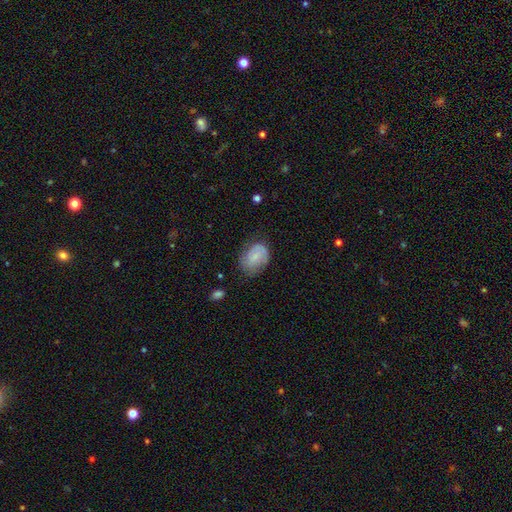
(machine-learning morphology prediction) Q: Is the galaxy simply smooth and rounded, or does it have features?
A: smooth — 52%.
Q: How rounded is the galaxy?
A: in between — 70%.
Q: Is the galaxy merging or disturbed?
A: none — 57%.